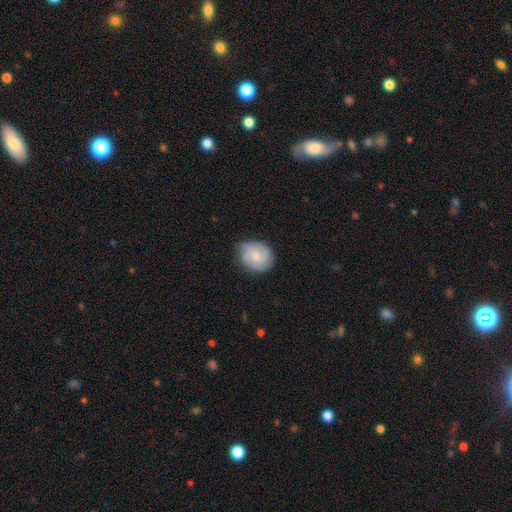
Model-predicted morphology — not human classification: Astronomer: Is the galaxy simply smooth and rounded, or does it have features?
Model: smooth — 49% (runner-up: featured or disk, 45%).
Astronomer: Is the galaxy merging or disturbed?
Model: none — 71%.